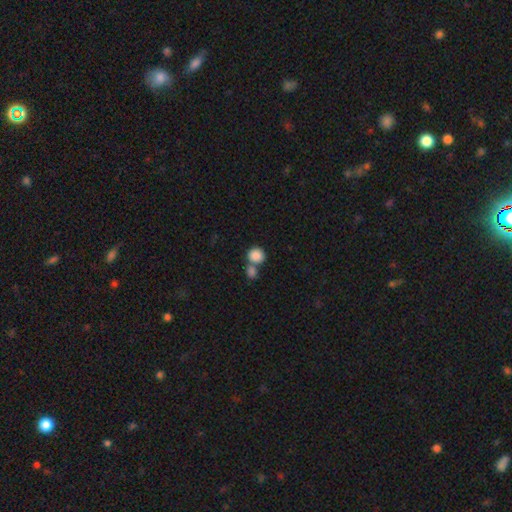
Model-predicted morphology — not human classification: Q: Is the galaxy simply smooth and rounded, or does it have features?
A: smooth — 86%.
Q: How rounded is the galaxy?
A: round — 79%.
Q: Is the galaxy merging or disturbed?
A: none — 46%.